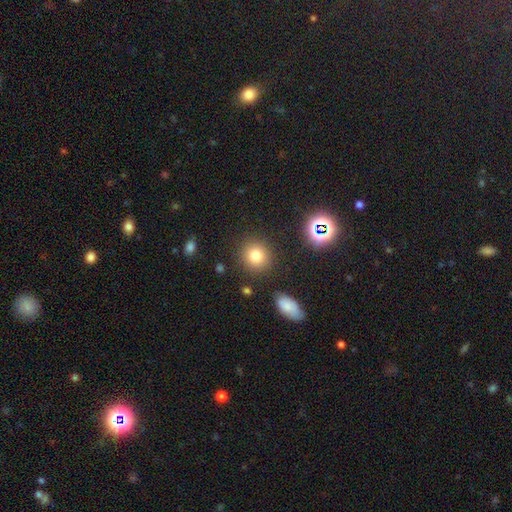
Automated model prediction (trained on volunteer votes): smooth 77%, star or artifact 15%, featured or disk 8%. Down the decision tree: how rounded — round (89%); merging — none (87%).